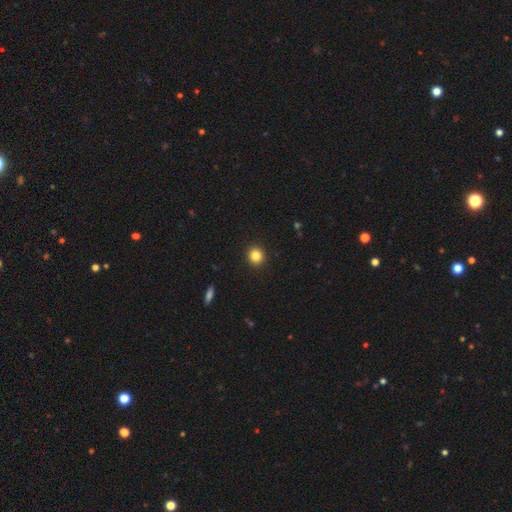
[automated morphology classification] Smooth or featured?
  - smooth: 84% *
  - star or artifact: 11%
  - featured or disk: 5%
How rounded?
  - round: 89% *
  - in between: 10%
  - cigar-shaped: 1%
Merging?
  - none: 93% *
  - minor disturbance: 5%
  - major disturbance: 2%
  - merger: 1%